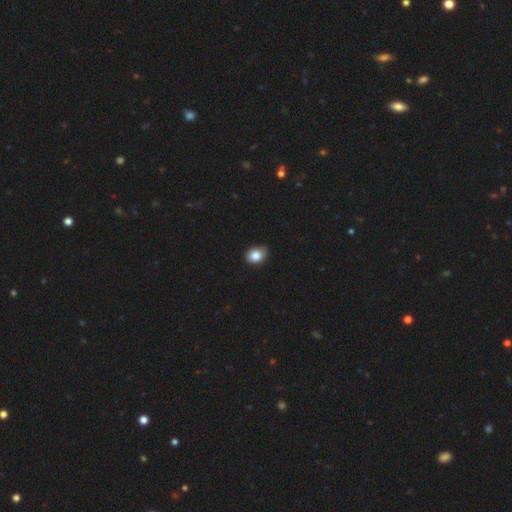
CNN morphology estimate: Q: Smooth or featured?
A: smooth (85%); runner-up: star or artifact (9%)
Q: How rounded?
A: in between (54%); runner-up: round (45%)
Q: Merging?
A: none (74%); runner-up: minor disturbance (22%)